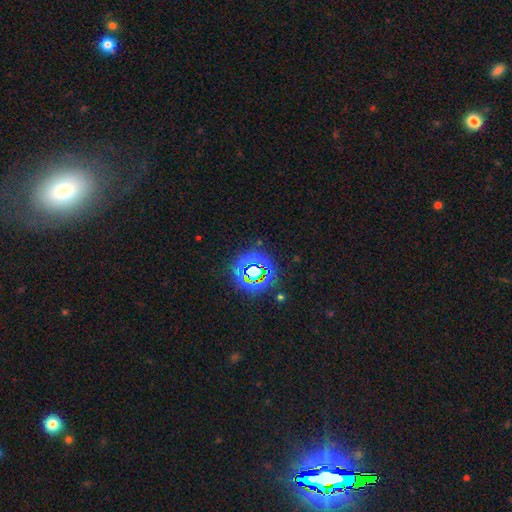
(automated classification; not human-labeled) smooth_or_featured: star or artifact (p=0.72) [alt: smooth p=0.17]